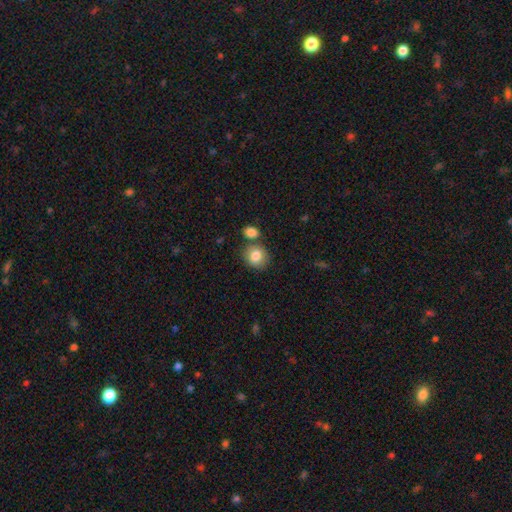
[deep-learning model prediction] Smooth or featured?
  - smooth: 84% *
  - featured or disk: 8%
  - star or artifact: 8%
How rounded?
  - round: 74% *
  - in between: 25%
  - cigar-shaped: 1%
Merging?
  - none: 68% *
  - merger: 17%
  - minor disturbance: 12%
  - major disturbance: 3%